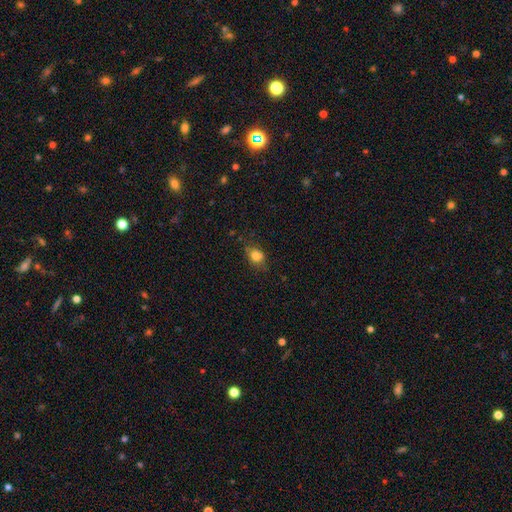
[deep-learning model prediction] Morphology: type=smooth (80%); roundness=in between (51%); merging=none (65%).